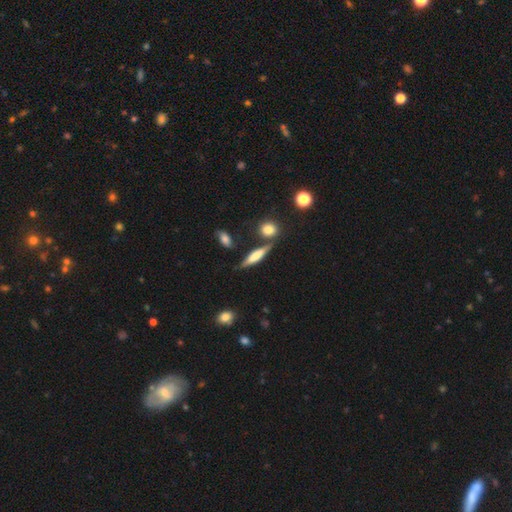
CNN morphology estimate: smooth_or_featured: smooth (p=0.53) [alt: featured or disk p=0.39]
how_rounded: cigar-shaped (p=0.75) [alt: in between p=0.21]
merging: none (p=0.71) [alt: minor disturbance p=0.15]